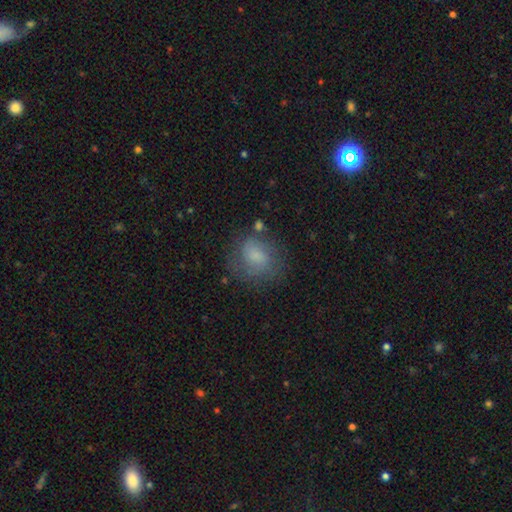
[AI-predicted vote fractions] smooth_or_featured: smooth (p=0.64) [alt: featured or disk p=0.25]
how_rounded: round (p=0.58) [alt: in between p=0.40]
merging: none (p=0.63) [alt: minor disturbance p=0.21]